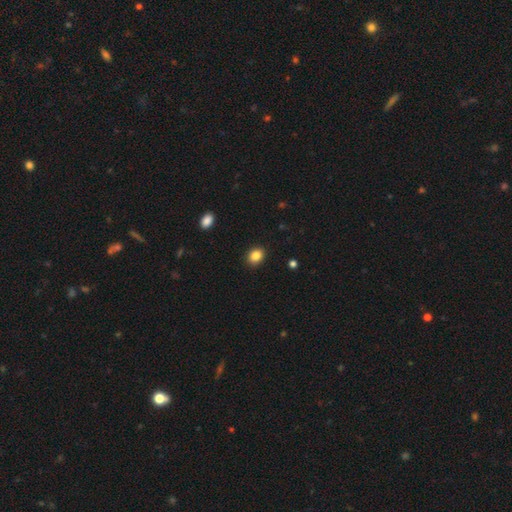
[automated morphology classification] smooth 85%, star or artifact 10%, featured or disk 5%. Down the decision tree: how rounded — round (53%); merging — none (89%).